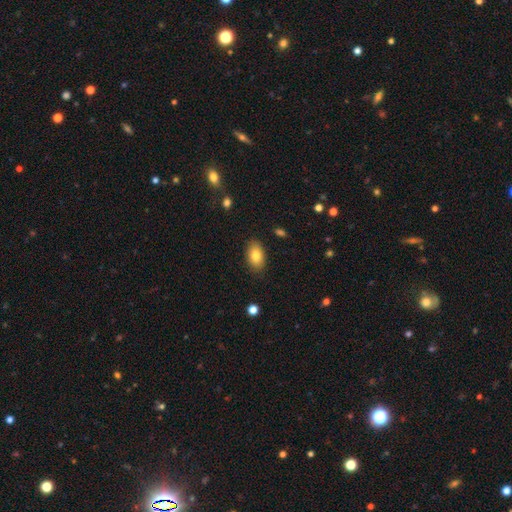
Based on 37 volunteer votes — Smooth or featured: smooth — 92% (featured or disk — 5%)
How rounded: in between — 88% (round — 6%)
Merging: none — 81% (minor disturbance — 14%)